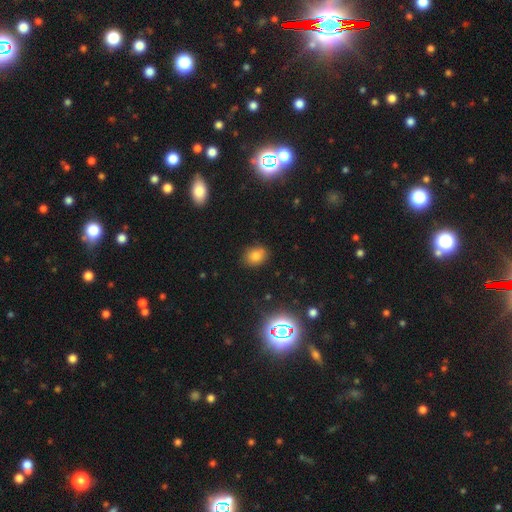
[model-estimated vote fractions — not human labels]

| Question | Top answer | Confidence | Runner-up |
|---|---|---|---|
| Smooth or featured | smooth | 76% | star or artifact (16%) |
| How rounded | in between | 58% | round (41%) |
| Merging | none | 81% | minor disturbance (14%) |